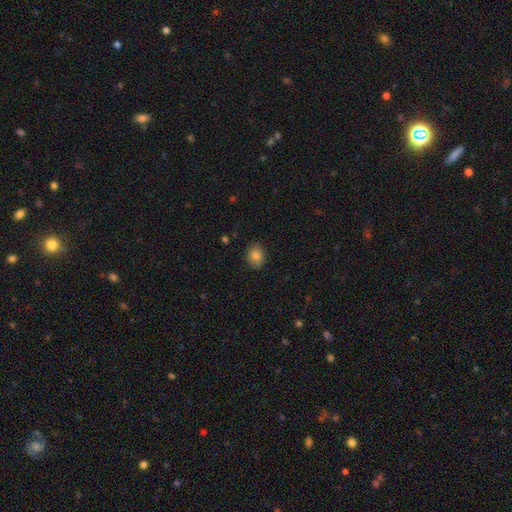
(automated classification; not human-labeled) A smooth galaxy with no disk features (84%) that is in between round and cigar-shaped (58%).

Vote fractions:
- Smooth or featured? smooth: 84% / star or artifact: 9% / featured or disk: 7%
- How rounded? in between: 58% / round: 41% / cigar-shaped: 1%
- Merging? none: 86% / minor disturbance: 11% / major disturbance: 2% / merger: 1%